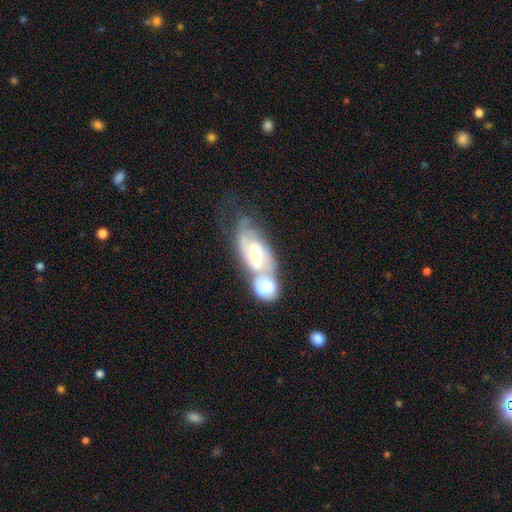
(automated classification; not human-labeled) This appears to be a featured or disk galaxy (71%) with a weak bar (45%), 2 (64%) medium (41%) spiral arms (84%) and a moderate central bulge (57%). Merging: merger (71%).